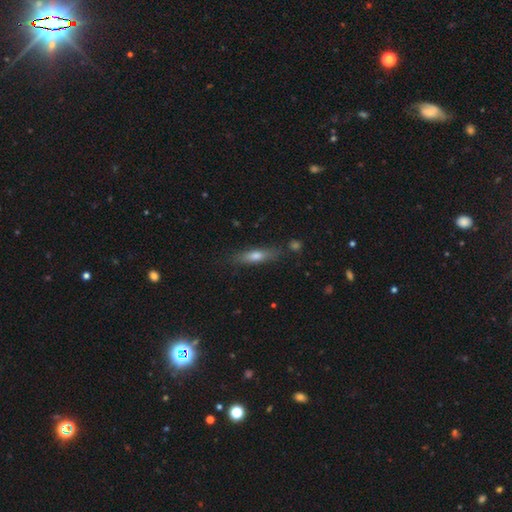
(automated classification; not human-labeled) A smooth galaxy with no disk features (56%) that is cigar-shaped (73%). Merging: none (80%).